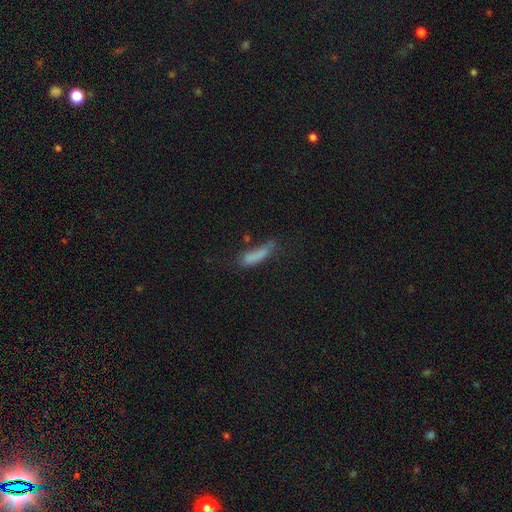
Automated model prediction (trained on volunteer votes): smooth 72%, featured or disk 16%, star or artifact 11%. Down the decision tree: how rounded — cigar-shaped (63%); merging — none (39%).